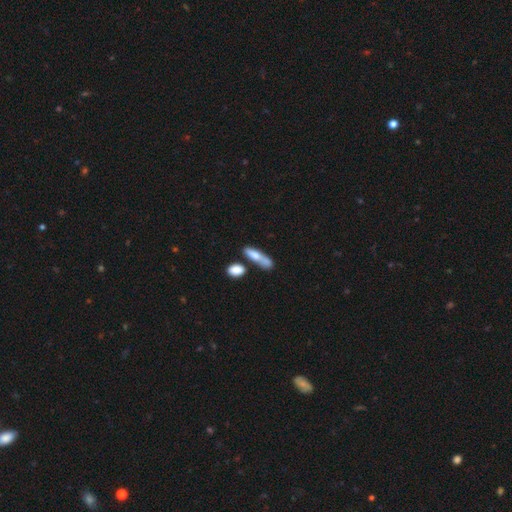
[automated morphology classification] Smooth or featured?
  - smooth: 72% *
  - featured or disk: 20%
  - star or artifact: 8%
How rounded?
  - cigar-shaped: 50% *
  - in between: 45%
  - round: 5%
Merging?
  - none: 44% *
  - merger: 32%
  - minor disturbance: 16%
  - major disturbance: 8%